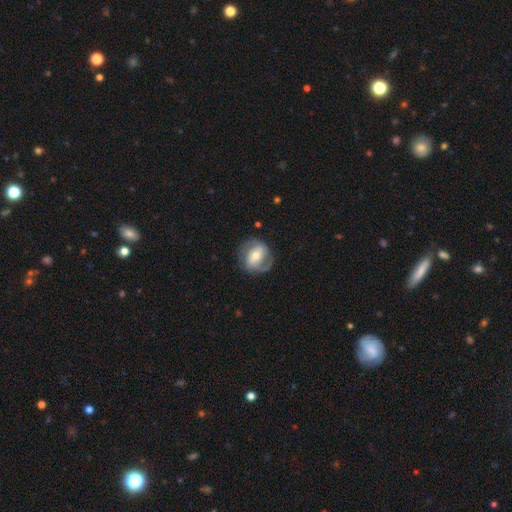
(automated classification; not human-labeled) Smooth or featured? featured or disk (66%)
Edge-on disk? no (97%)
Bar? no (38%)
Spiral arms? yes (77%)
Bulge size? moderate (61%)
Merging? none (71%)